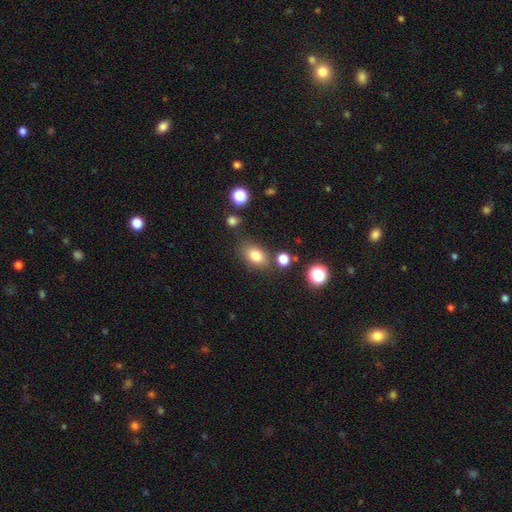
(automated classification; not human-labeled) smooth_or_featured: smooth (p=0.81) [alt: star or artifact p=0.10]
how_rounded: in between (p=0.81) [alt: round p=0.17]
merging: none (p=0.74) [alt: minor disturbance p=0.14]